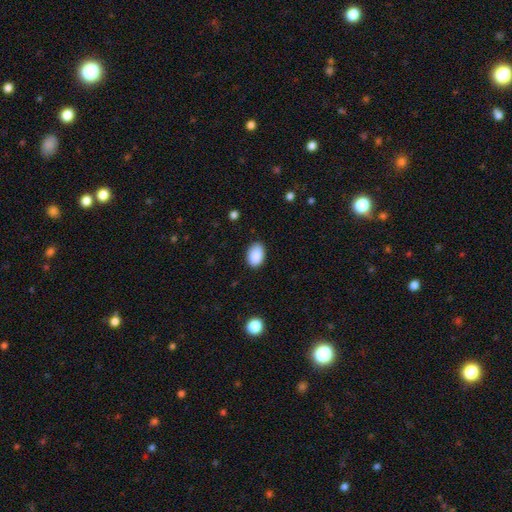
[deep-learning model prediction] This is clearly a smooth galaxy (90%). How rounded: clearly in between (86%). Merging: clearly none (84%).